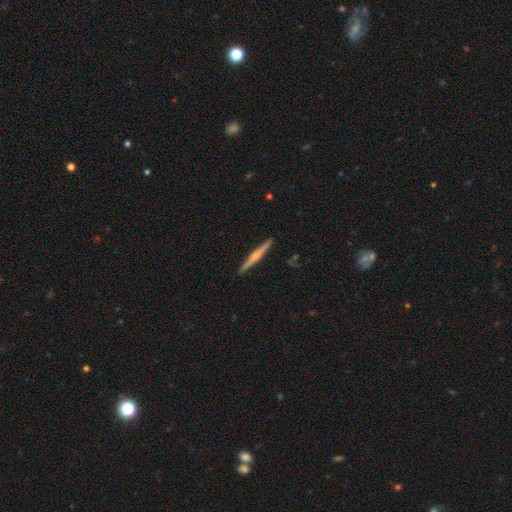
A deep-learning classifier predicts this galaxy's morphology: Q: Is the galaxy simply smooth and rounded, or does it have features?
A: featured or disk — 64%.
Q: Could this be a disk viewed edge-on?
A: yes — 98%.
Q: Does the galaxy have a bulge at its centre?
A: rounded — 68%.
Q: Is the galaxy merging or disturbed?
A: none — 92%.